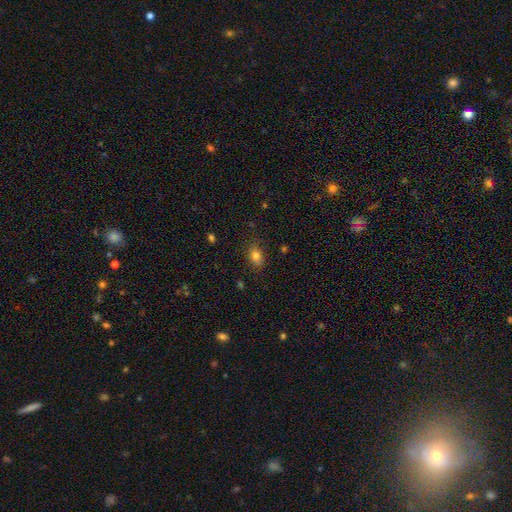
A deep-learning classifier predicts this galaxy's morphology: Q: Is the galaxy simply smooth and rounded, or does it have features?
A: smooth — 79%.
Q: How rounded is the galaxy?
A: in between — 74%.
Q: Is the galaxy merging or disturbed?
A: none — 81%.